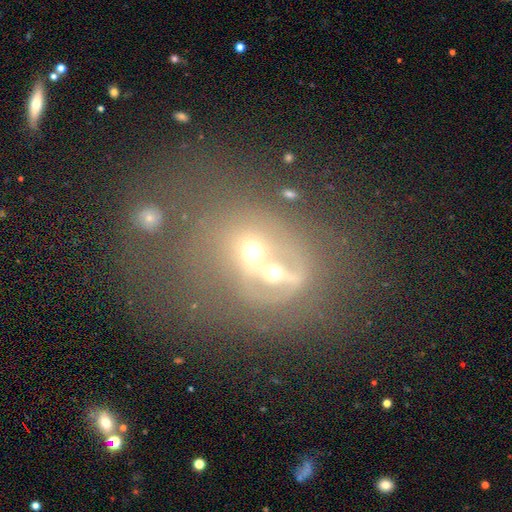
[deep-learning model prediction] Smooth or featured: featured or disk — 47% (smooth — 36%)
Merging: merger — 60% (none — 21%)